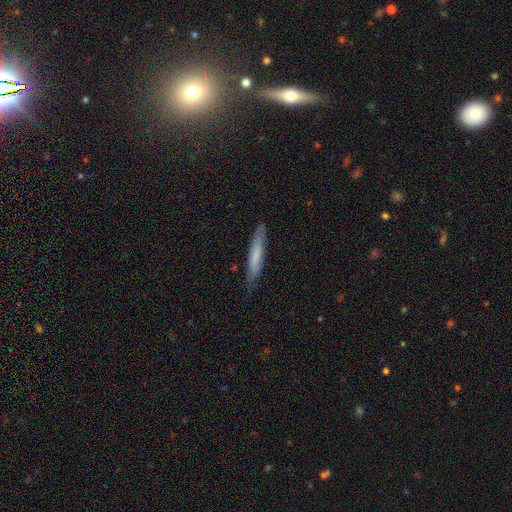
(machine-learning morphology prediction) A smooth galaxy with no disk features (65%) that is cigar-shaped (92%). Merging: none (79%).